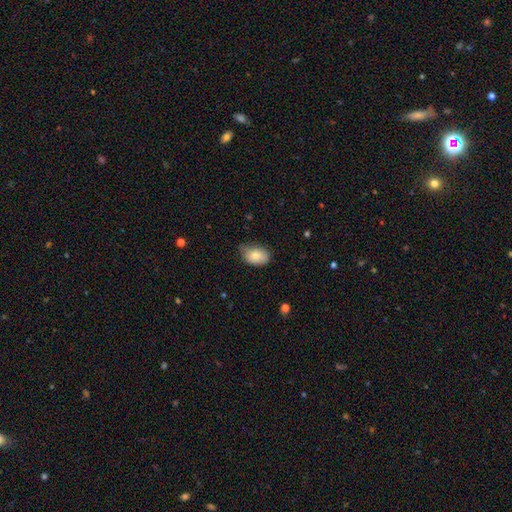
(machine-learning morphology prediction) A smooth galaxy with no disk features (82%) that is in between round and cigar-shaped (87%).

Vote fractions:
- Smooth or featured? smooth: 82% / featured or disk: 11% / star or artifact: 7%
- How rounded? in between: 87% / round: 12% / cigar-shaped: 1%
- Merging? none: 60% / minor disturbance: 33% / major disturbance: 5% / merger: 1%